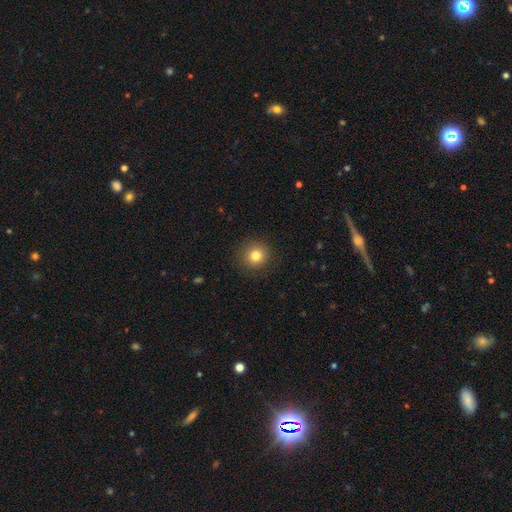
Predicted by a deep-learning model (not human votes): Smooth or featured? Predicted: smooth (p=0.81). How rounded? Predicted: round (p=0.93). Merging? Predicted: none (p=0.91).